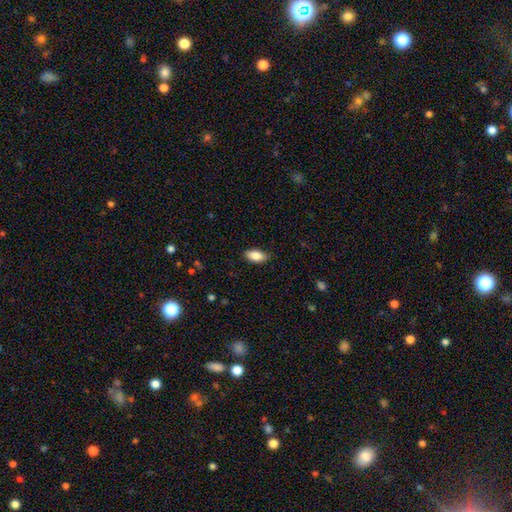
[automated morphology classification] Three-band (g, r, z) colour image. It shows a smooth galaxy with no disk features (86%) that is in between round and cigar-shaped (91%). Merging: none (85%).